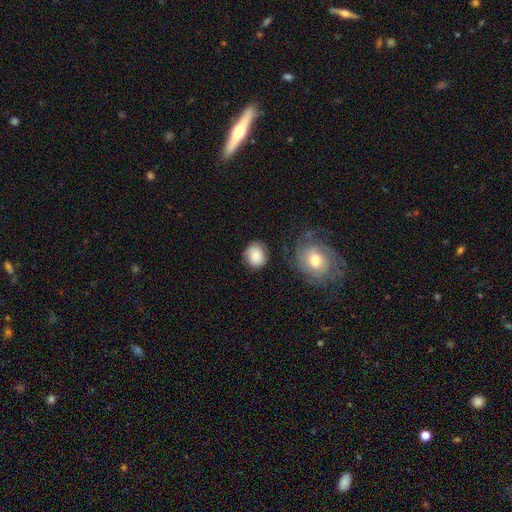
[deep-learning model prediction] This is clearly a smooth galaxy (80%). How rounded: likely round (69%). Merging: likely none (68%).